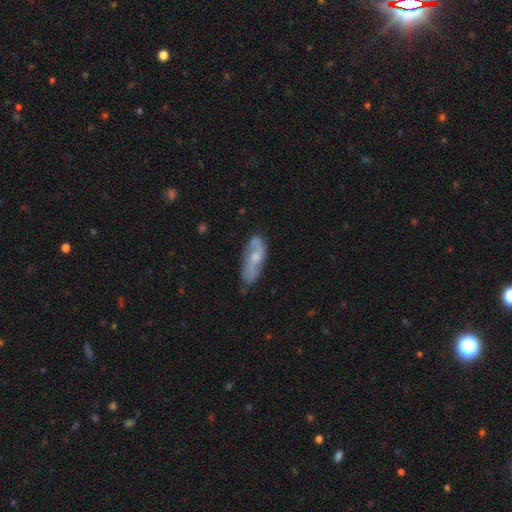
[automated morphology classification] Smooth or featured: featured or disk — 59% (smooth — 34%)
Edge-on disk: no — 83% (yes — 17%)
Merging: none — 67% (minor disturbance — 24%)